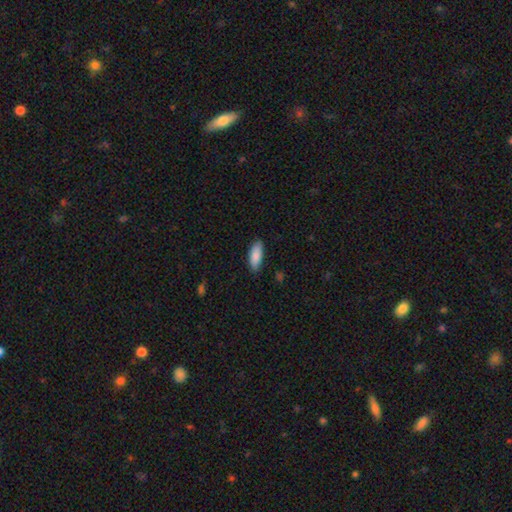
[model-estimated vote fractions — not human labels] Morphology: type=smooth (87%); roundness=in between (77%); merging=none (83%).